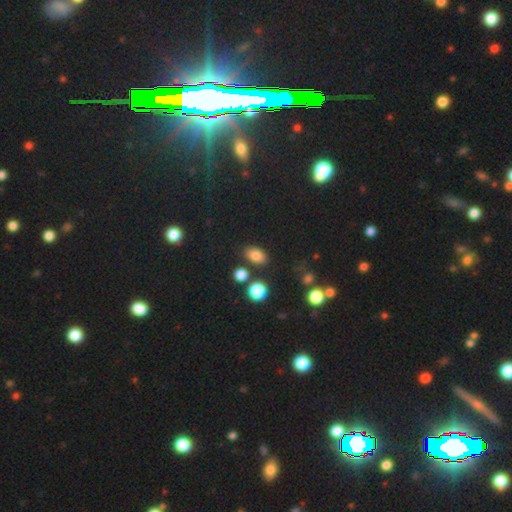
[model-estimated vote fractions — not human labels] Smooth or featured? Predicted: smooth (p=0.80). How rounded? Predicted: in between (p=0.83). Merging? Predicted: none (p=0.80).